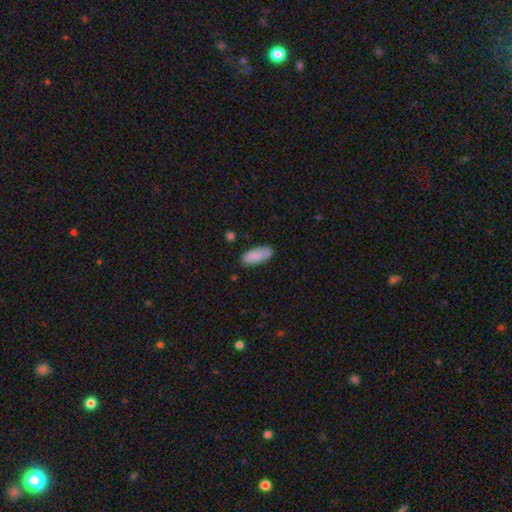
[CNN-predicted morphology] smooth_or_featured: smooth (p=0.85) [alt: featured or disk p=0.09]
how_rounded: in between (p=0.83) [alt: cigar-shaped p=0.15]
merging: none (p=0.79) [alt: minor disturbance p=0.16]